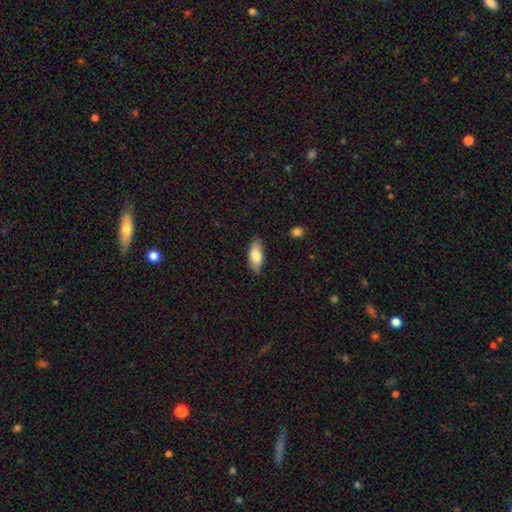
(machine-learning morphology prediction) This appears to be a smooth galaxy with no disk features (82%) that is in between round and cigar-shaped (88%). Merging: none (83%).